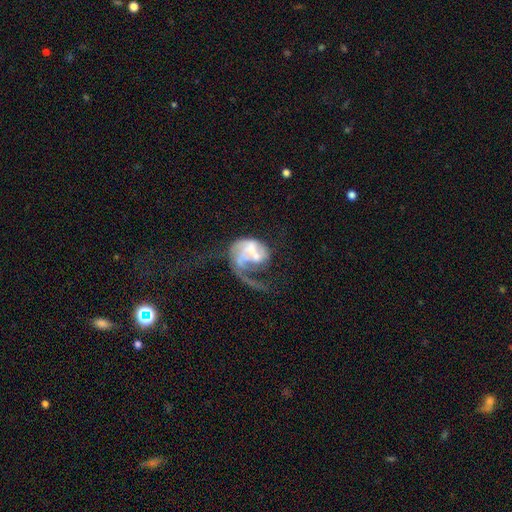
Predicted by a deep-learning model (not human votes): This appears to be a featured or disk galaxy (71%) with no bar (56%), 1 (71%) loose (54%) spiral arms (74%) and a moderate central bulge (29%, tied with small and none). Merging: major disturbance (54%).